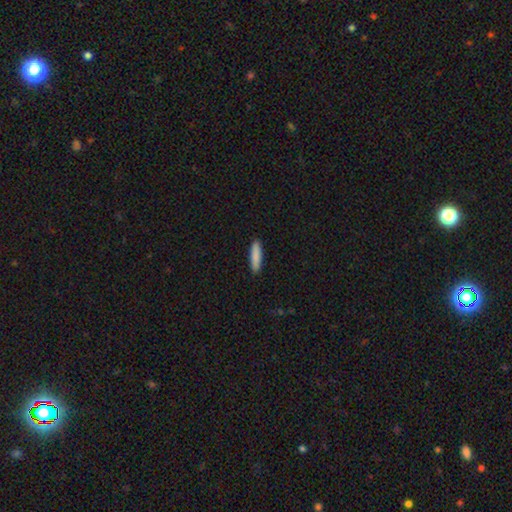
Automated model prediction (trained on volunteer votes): Q: Smooth or featured?
A: smooth (88%); runner-up: featured or disk (7%)
Q: How rounded?
A: cigar-shaped (75%); runner-up: in between (23%)
Q: Merging?
A: none (91%); runner-up: minor disturbance (7%)